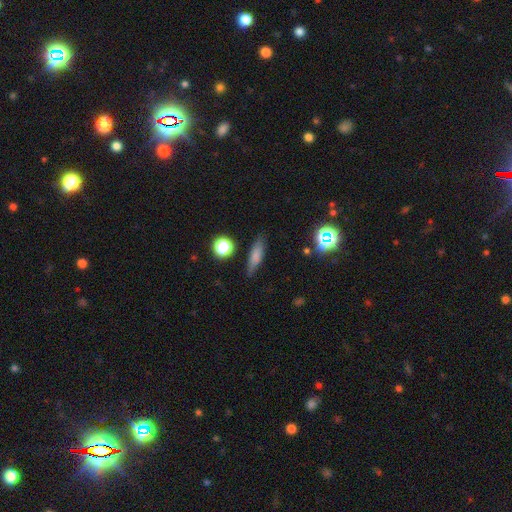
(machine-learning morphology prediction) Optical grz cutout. It shows a smooth galaxy with no disk features (71%) that is cigar-shaped (59%). Merging: none (81%).